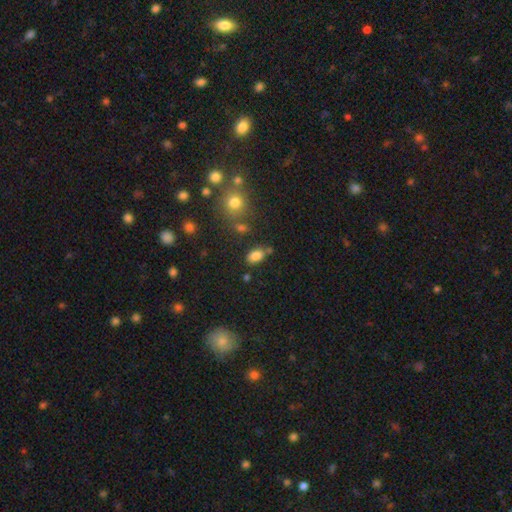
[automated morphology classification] This appears to be a smooth galaxy with no disk features (83%) that is in between round and cigar-shaped (89%). Merging: none (70%).